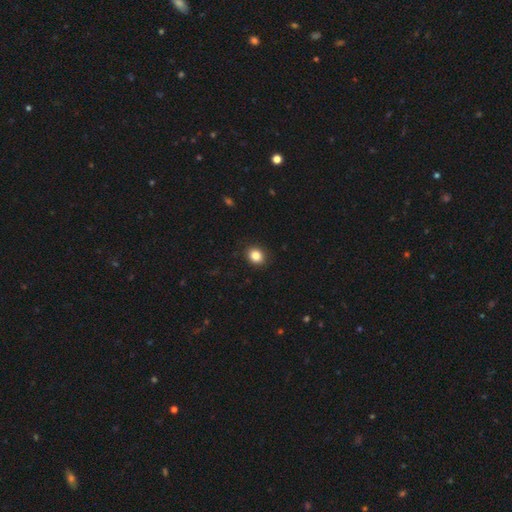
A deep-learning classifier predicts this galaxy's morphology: Q: Smooth or featured?
A: smooth (86%); runner-up: star or artifact (10%)
Q: How rounded?
A: round (63%); runner-up: in between (37%)
Q: Merging?
A: none (90%); runner-up: minor disturbance (7%)